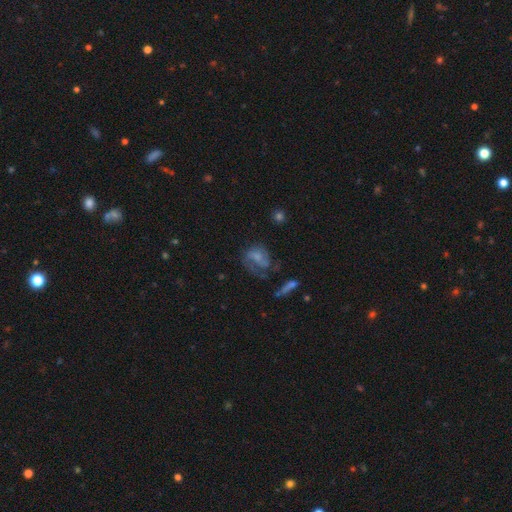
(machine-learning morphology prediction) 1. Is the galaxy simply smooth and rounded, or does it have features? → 55% featured or disk, 26% smooth, 18% star or artifact.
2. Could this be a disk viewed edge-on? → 96% no, 4% yes.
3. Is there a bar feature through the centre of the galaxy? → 55% no, 35% weak, 10% strong.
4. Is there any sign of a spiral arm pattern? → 74% yes, 26% no.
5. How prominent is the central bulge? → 41% small, 28% moderate, 23% none, 6% large, 2% dominant.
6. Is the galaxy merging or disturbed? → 44% none, 30% major disturbance, 19% minor disturbance, 7% merger.